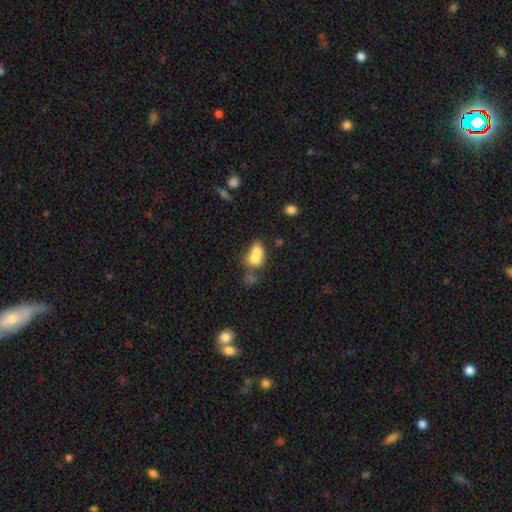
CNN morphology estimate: A smooth galaxy with no disk features (70%) that is in between round and cigar-shaped (57%). Merging: merger (65%).